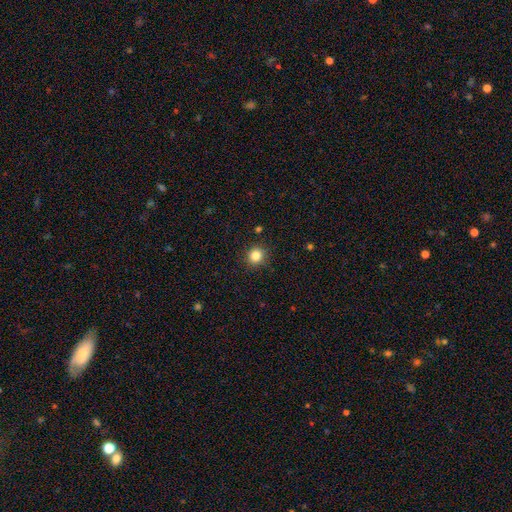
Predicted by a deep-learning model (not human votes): This appears to be a smooth galaxy with no disk features (84%) that is round (89%). Merging: none (90%).